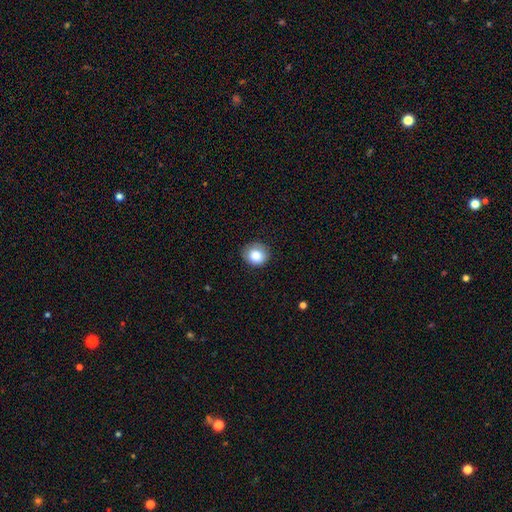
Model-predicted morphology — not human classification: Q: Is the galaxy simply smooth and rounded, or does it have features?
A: smooth — 84%.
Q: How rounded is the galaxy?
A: round — 79%.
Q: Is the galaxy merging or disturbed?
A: none — 79%.